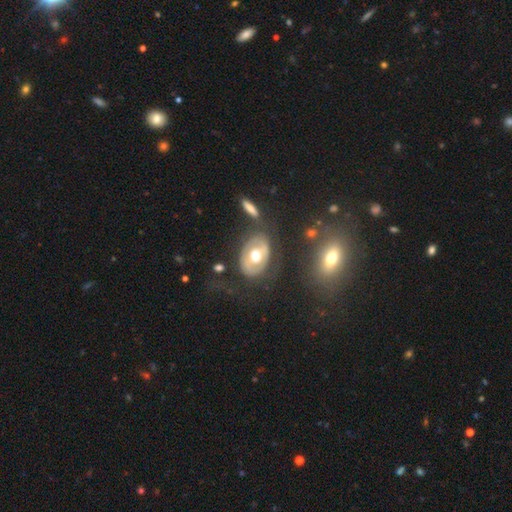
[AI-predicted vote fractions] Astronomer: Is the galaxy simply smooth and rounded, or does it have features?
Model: featured or disk — 59% (runner-up: smooth, 35%).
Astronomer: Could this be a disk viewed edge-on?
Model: no — 93%.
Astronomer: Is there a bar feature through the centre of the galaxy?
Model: no — 64%.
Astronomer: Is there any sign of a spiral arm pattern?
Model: no — 71%.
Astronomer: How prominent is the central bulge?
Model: moderate — 68%.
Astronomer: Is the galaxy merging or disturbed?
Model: none — 65%.